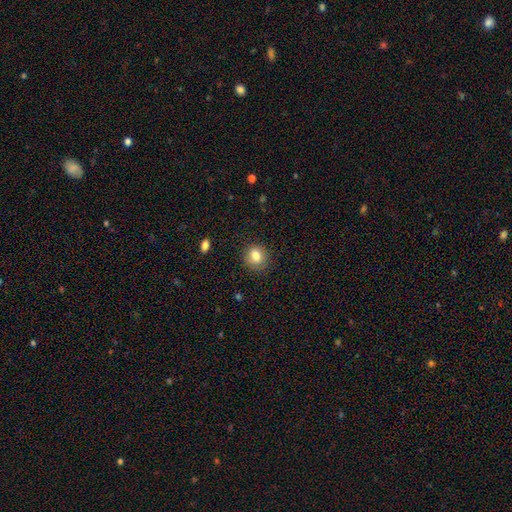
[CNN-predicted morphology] A smooth galaxy with no disk features (81%) that is round (78%).

Vote fractions:
- Smooth or featured? smooth: 81% / star or artifact: 10% / featured or disk: 9%
- How rounded? round: 78% / in between: 21% / cigar-shaped: 1%
- Merging? none: 84% / minor disturbance: 12% / major disturbance: 3% / merger: 1%